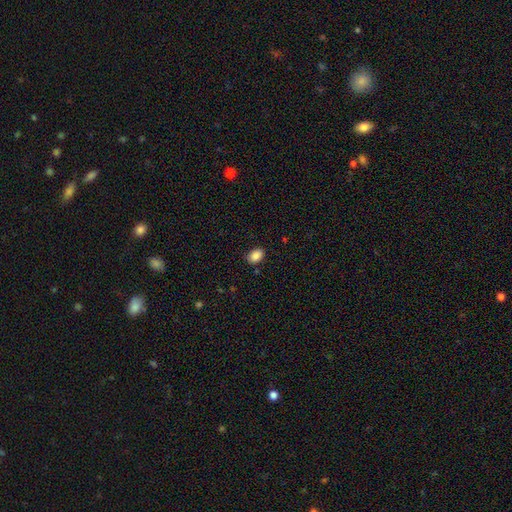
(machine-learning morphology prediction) smooth_or_featured: smooth (p=0.87) [alt: star or artifact p=0.08]
how_rounded: in between (p=0.83) [alt: round p=0.16]
merging: none (p=0.85) [alt: minor disturbance p=0.12]